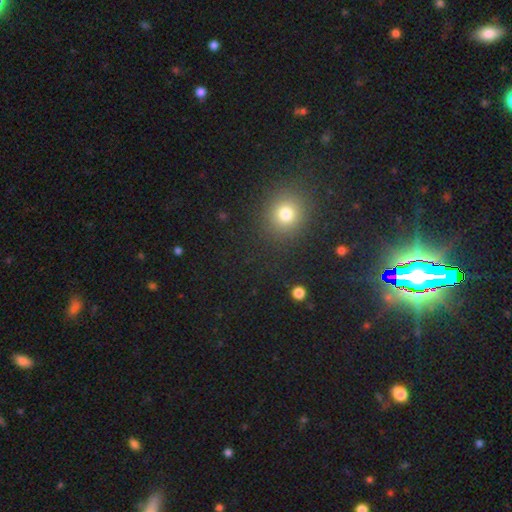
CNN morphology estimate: This is possibly a smooth galaxy (52%). How rounded: clearly round (87%). Merging: clearly none (91%).